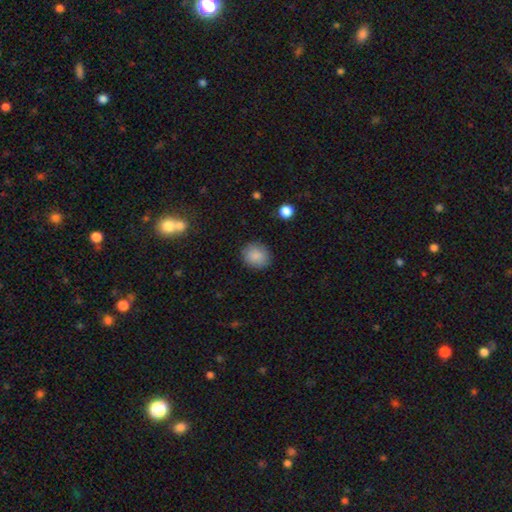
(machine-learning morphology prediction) A smooth galaxy with no disk features (87%) that is round (73%). Merging: none (88%).